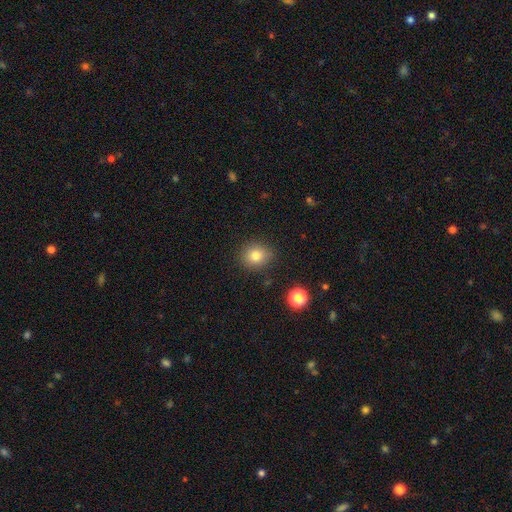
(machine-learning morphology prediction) This appears to be a smooth galaxy with no disk features (81%) that is round (80%). Merging: none (85%).